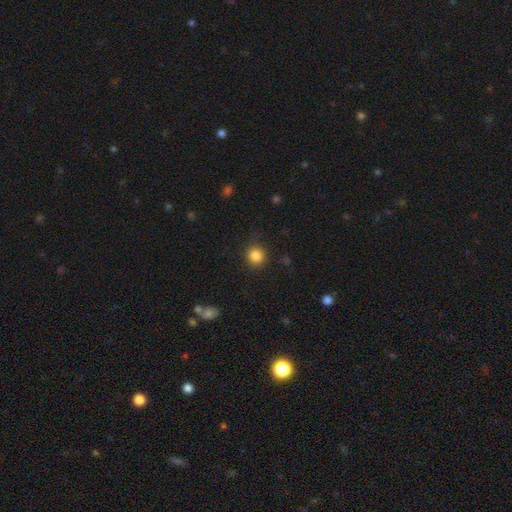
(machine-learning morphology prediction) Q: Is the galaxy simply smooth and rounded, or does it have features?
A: smooth — 85%.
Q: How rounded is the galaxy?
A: round — 90%.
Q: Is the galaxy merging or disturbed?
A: none — 88%.